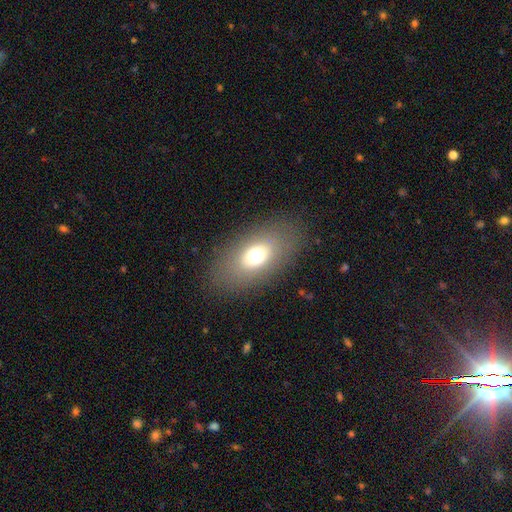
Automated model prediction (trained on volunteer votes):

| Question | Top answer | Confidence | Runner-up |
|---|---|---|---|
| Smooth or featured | smooth | 65% | featured or disk (23%) |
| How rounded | in between | 85% | round (12%) |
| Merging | none | 83% | minor disturbance (10%) |